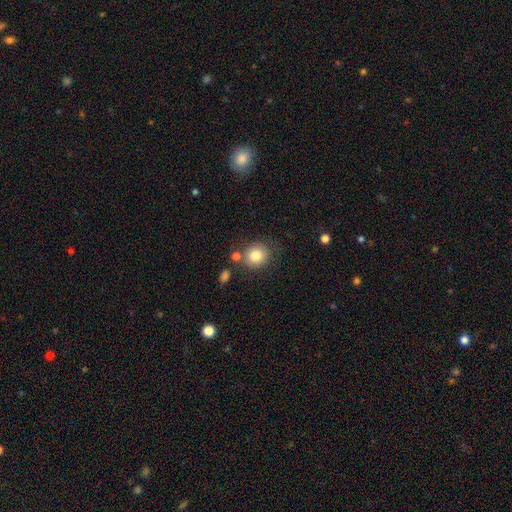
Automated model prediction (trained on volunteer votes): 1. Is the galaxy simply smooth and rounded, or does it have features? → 83% smooth, 9% star or artifact, 8% featured or disk.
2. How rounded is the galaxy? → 74% round, 25% in between, 1% cigar-shaped.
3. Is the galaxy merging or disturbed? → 72% none, 13% minor disturbance, 10% merger, 5% major disturbance.